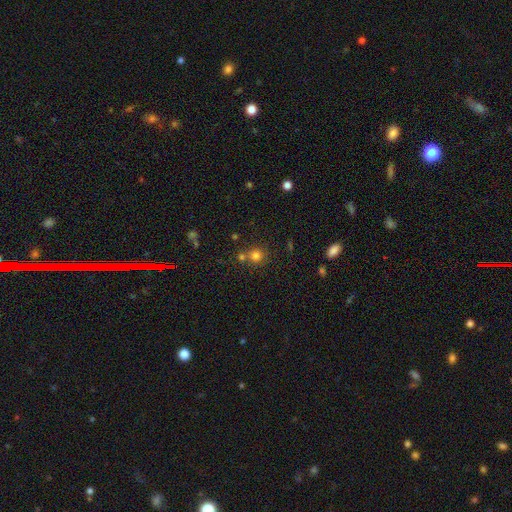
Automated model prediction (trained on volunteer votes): A smooth galaxy with no disk features (76%) that is round (88%).

Vote fractions:
- Smooth or featured? smooth: 76% / star or artifact: 16% / featured or disk: 7%
- How rounded? round: 88% / in between: 11% / cigar-shaped: 1%
- Merging? none: 64% / merger: 24% / minor disturbance: 8% / major disturbance: 3%